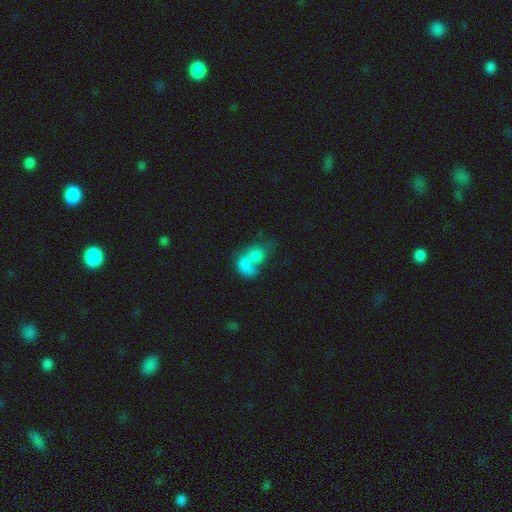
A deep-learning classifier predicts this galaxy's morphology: smooth_or_featured: smooth (p=0.73) [alt: featured or disk p=0.18]
how_rounded: in between (p=0.64) [alt: round p=0.34]
merging: merger (p=0.74) [alt: none p=0.13]